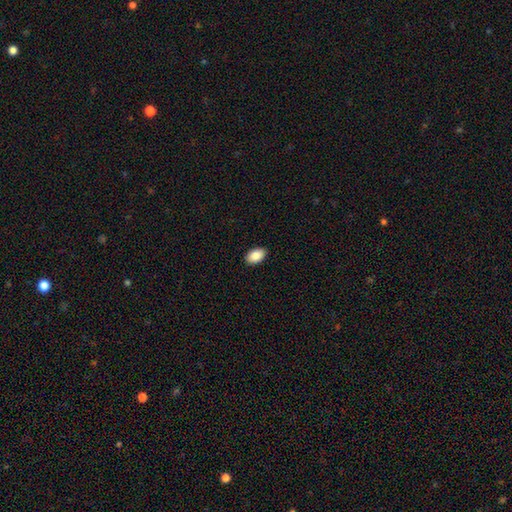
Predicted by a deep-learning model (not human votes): Morphology: type=smooth (87%); roundness=in between (92%); merging=none (90%).